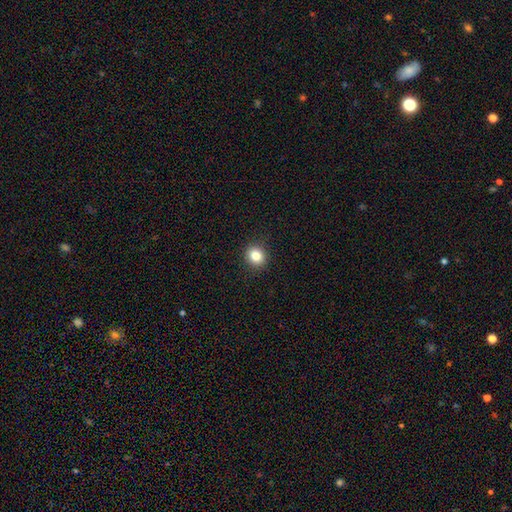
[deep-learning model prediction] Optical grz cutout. It shows a smooth galaxy with no disk features (84%) that is round (80%). Merging: none (92%).